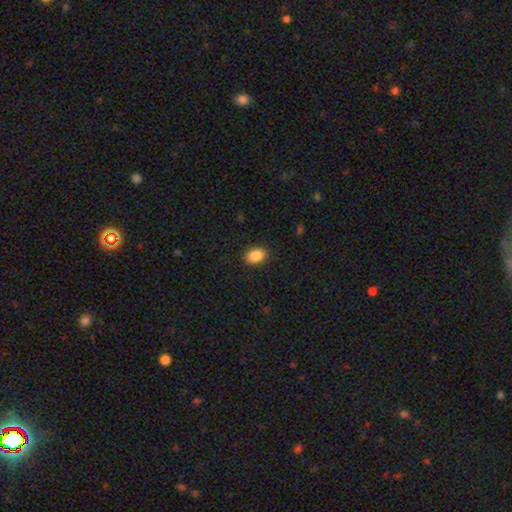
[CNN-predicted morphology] type=smooth (88%); roundness=in between (80%); merging=none (89%).